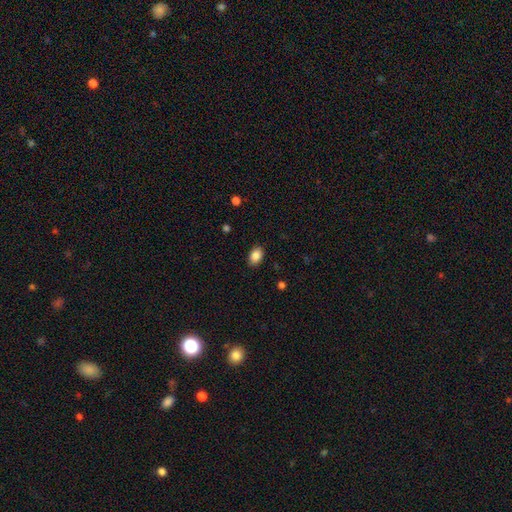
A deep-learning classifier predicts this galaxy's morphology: Smooth or featured?
  - smooth: 87% *
  - star or artifact: 8%
  - featured or disk: 5%
How rounded?
  - in between: 81% *
  - round: 18%
  - cigar-shaped: 1%
Merging?
  - none: 87% *
  - minor disturbance: 10%
  - major disturbance: 2%
  - merger: 1%